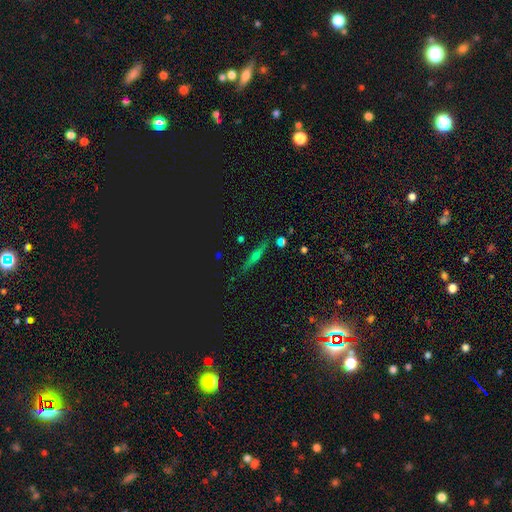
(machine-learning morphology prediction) Q: Smooth or featured?
A: featured or disk (58%); runner-up: smooth (24%)
Q: Edge-on disk?
A: yes (94%); runner-up: no (6%)
Q: Edge-on bulge?
A: rounded (86%); runner-up: none (8%)
Q: Merging?
A: none (86%); runner-up: minor disturbance (9%)